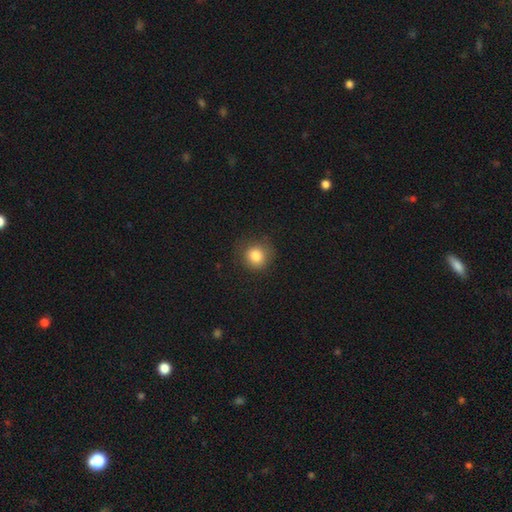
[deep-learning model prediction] Smooth or featured? Predicted: smooth (p=0.84). How rounded? Predicted: round (p=0.86). Merging? Predicted: none (p=0.80).